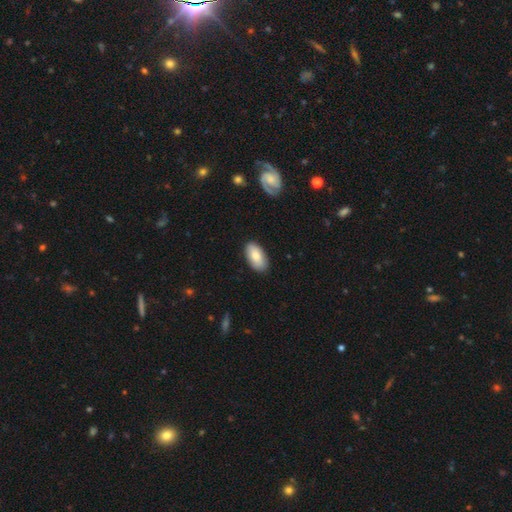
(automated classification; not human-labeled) Q: Smooth or featured?
A: smooth (82%); runner-up: featured or disk (12%)
Q: How rounded?
A: in between (95%); runner-up: round (3%)
Q: Merging?
A: none (86%); runner-up: minor disturbance (11%)